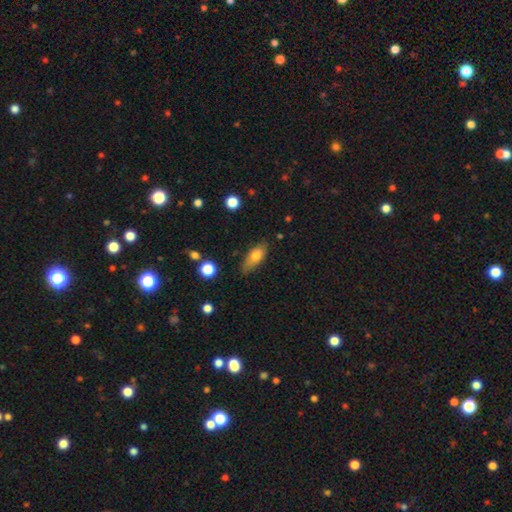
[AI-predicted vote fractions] A smooth galaxy with no disk features (72%) that is in between round and cigar-shaped (76%). Merging: none (72%).